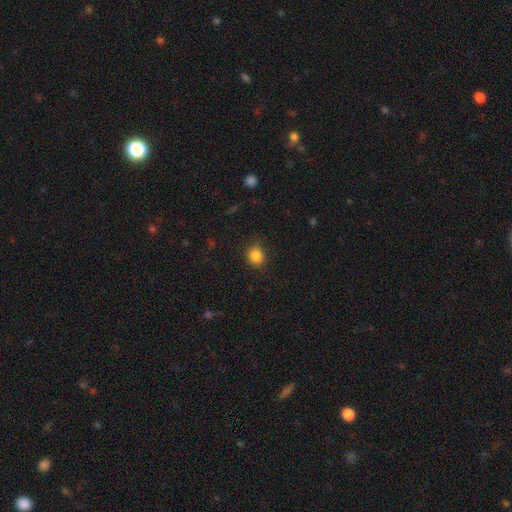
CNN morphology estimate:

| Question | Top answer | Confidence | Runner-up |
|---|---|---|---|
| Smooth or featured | smooth | 86% | star or artifact (11%) |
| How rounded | round | 81% | in between (19%) |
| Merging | none | 85% | minor disturbance (11%) |